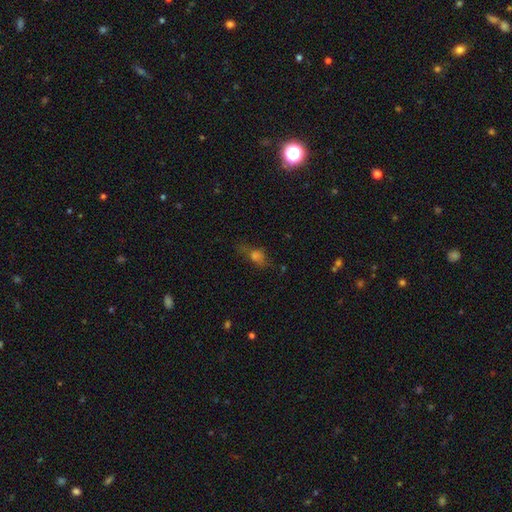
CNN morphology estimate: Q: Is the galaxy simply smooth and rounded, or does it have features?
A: smooth — 47%.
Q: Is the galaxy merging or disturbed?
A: none — 61%.